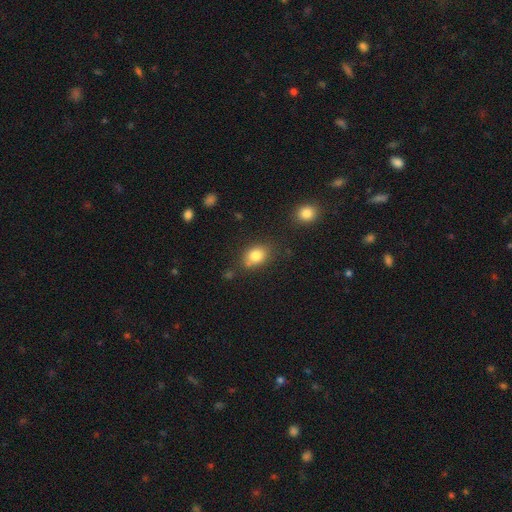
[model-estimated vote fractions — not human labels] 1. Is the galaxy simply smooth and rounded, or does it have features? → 82% smooth, 10% star or artifact, 8% featured or disk.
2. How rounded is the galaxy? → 59% in between, 40% round, 1% cigar-shaped.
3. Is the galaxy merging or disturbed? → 71% none, 17% minor disturbance, 8% merger, 4% major disturbance.